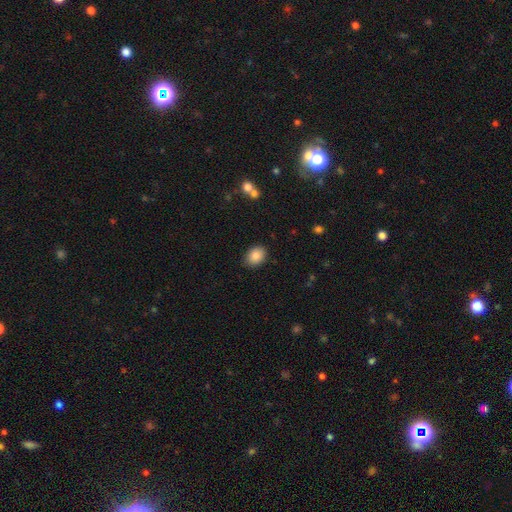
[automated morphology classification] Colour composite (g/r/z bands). It shows a smooth galaxy with no disk features (86%) that is in between round and cigar-shaped (69%). Merging: none (87%).